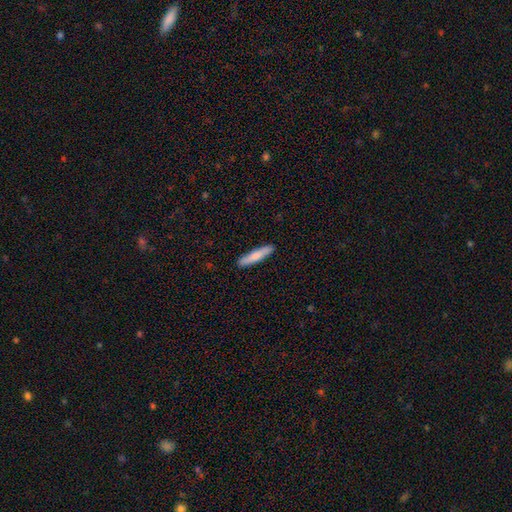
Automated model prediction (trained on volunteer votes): Smooth or featured: smooth — 73% (featured or disk — 22%)
How rounded: cigar-shaped — 89% (in between — 10%)
Merging: none — 91% (minor disturbance — 7%)